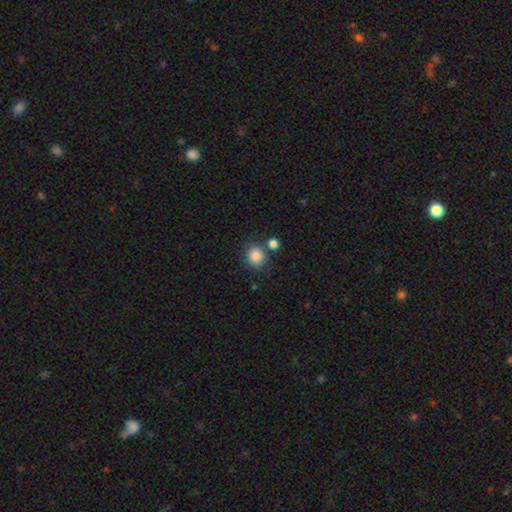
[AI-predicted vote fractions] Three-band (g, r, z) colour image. It shows a smooth galaxy with no disk features (86%) that is round (86%). Merging: none (74%).